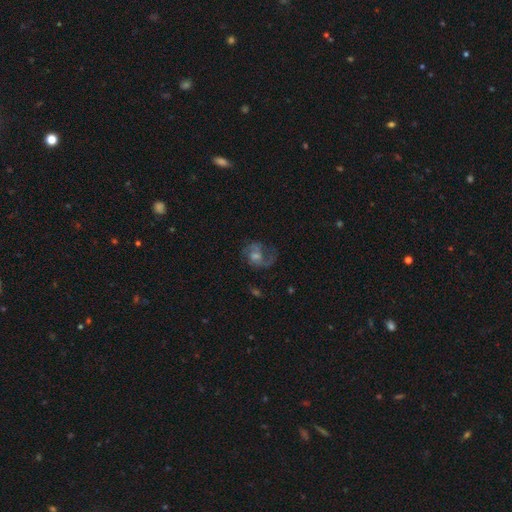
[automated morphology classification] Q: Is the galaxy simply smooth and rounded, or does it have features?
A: featured or disk — 73%.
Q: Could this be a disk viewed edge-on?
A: no — 98%.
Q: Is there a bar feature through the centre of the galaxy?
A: no — 60%.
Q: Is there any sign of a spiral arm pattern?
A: yes — 90%.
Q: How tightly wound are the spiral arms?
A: medium — 49%.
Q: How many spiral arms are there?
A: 2 — 65%.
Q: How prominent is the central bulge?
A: moderate — 49%.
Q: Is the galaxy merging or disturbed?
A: none — 61%.